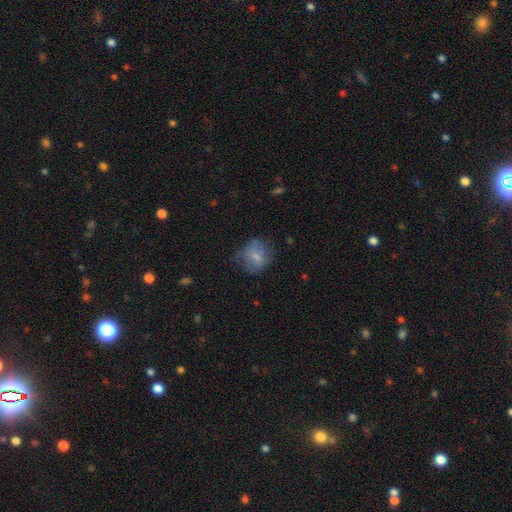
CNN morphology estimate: smooth 67%, featured or disk 24%, star or artifact 10%. Down the decision tree: how rounded — round (66%); merging — none (56%).